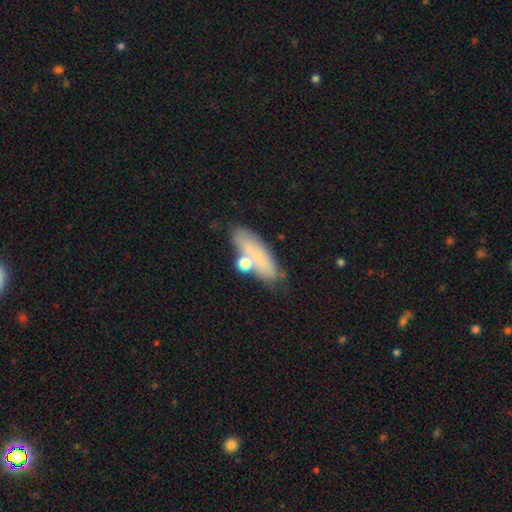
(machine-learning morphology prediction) This is likely a smooth galaxy (66%). How rounded: likely in between (63%). Merging: likely none (64%).